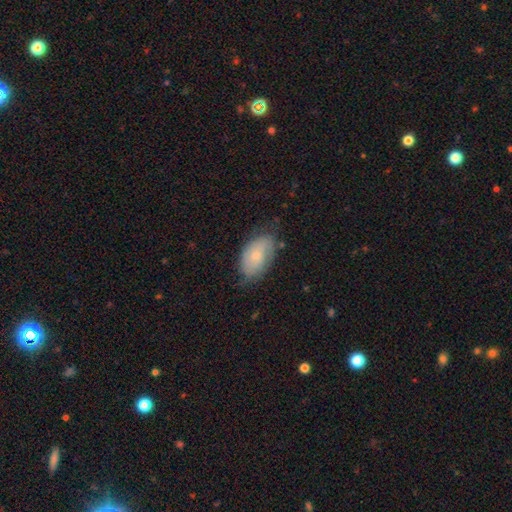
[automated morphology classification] Smooth or featured: smooth — 65% (featured or disk — 29%)
How rounded: in between — 92% (round — 6%)
Merging: none — 64% (minor disturbance — 28%)